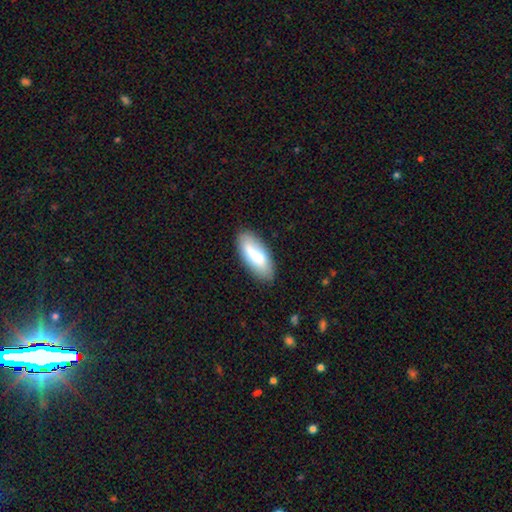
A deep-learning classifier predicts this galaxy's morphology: type=smooth (69%); roundness=in between (85%); merging=none (79%).